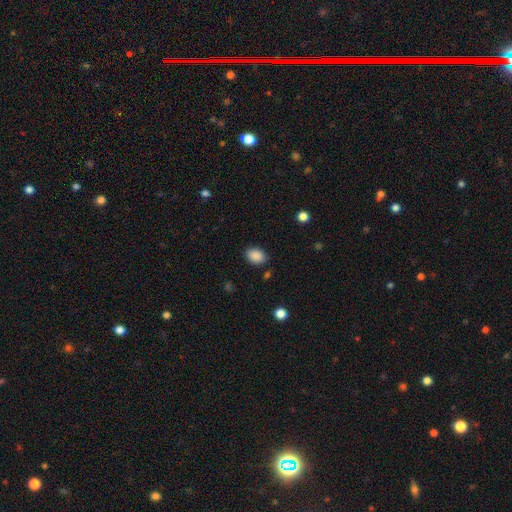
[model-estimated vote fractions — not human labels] A smooth galaxy with no disk features (89%) that is in between round and cigar-shaped (75%).

Vote fractions:
- Smooth or featured? smooth: 89% / star or artifact: 8% / featured or disk: 3%
- How rounded? in between: 75% / round: 24% / cigar-shaped: 1%
- Merging? none: 86% / minor disturbance: 10% / major disturbance: 3% / merger: 1%